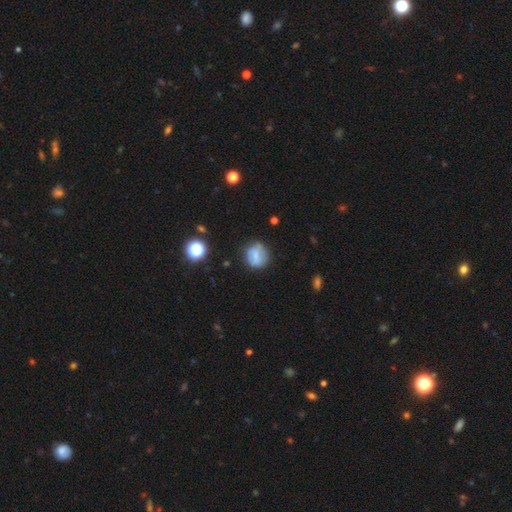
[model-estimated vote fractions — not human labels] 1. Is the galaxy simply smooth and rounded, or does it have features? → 65% smooth, 24% featured or disk, 11% star or artifact.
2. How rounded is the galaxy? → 78% round, 21% in between, 1% cigar-shaped.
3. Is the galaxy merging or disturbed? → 74% none, 18% minor disturbance, 6% major disturbance, 2% merger.